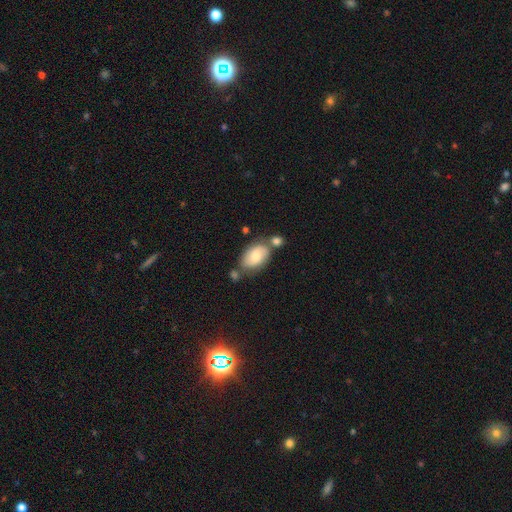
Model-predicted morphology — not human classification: Smooth or featured?
  - smooth: 68% *
  - featured or disk: 26%
  - star or artifact: 7%
How rounded?
  - in between: 91% *
  - round: 7%
  - cigar-shaped: 2%
Merging?
  - none: 53% *
  - merger: 23%
  - minor disturbance: 19%
  - major disturbance: 5%